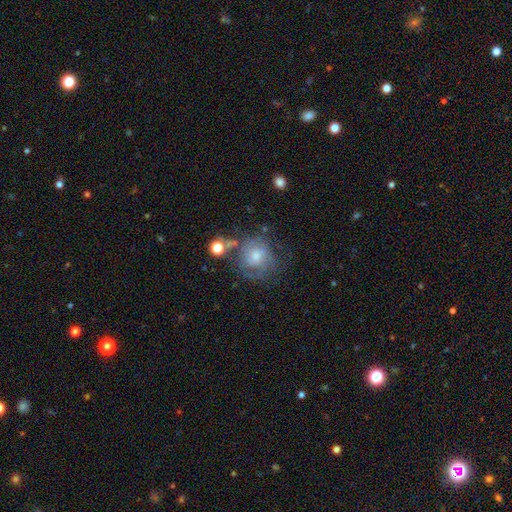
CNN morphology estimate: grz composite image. It shows a featured or disk galaxy (54%) with no bar (68%), spiral arms (70%) and a moderate central bulge (50%). Merging: none (54%).